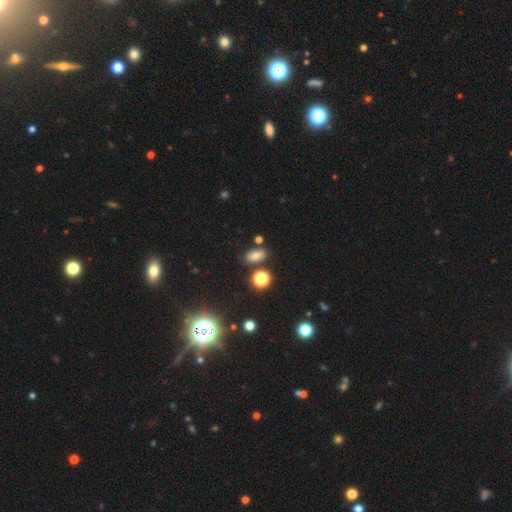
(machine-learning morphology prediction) smooth-or-featured: smooth: 64% | star or artifact: 22% | featured or disk: 14%
  how-rounded: in between: 82% | round: 15% | cigar-shaped: 4%
  merging: none: 78% | minor disturbance: 12% | merger: 7% | major disturbance: 4%